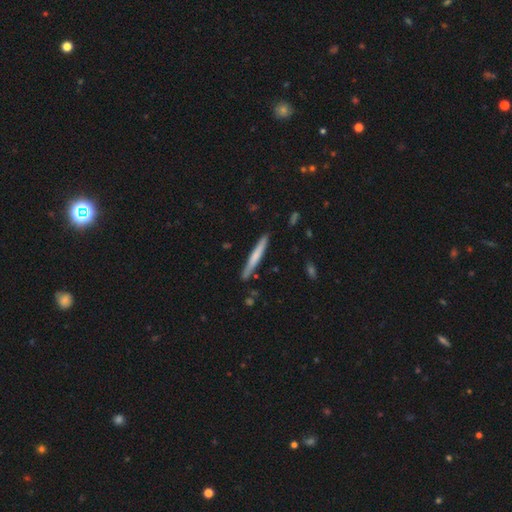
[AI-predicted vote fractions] Q: Smooth or featured?
A: smooth (60%); runner-up: featured or disk (35%)
Q: How rounded?
A: cigar-shaped (96%); runner-up: in between (2%)
Q: Merging?
A: none (88%); runner-up: minor disturbance (8%)